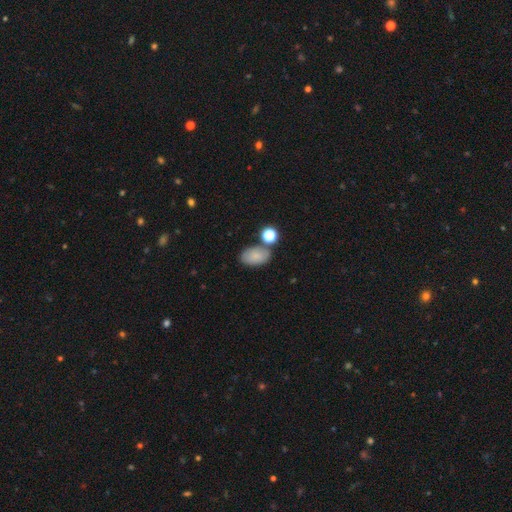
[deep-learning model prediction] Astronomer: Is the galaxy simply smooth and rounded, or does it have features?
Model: smooth — 78%.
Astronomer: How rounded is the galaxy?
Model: in between — 90%.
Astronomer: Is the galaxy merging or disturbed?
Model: none — 67%.